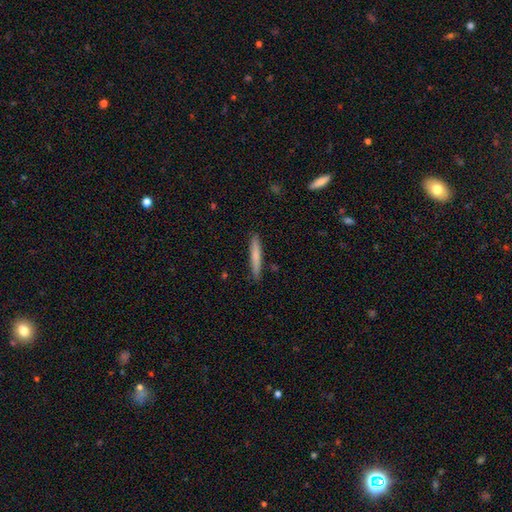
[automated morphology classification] smooth_or_featured: smooth (p=0.70) [alt: featured or disk p=0.25]
how_rounded: cigar-shaped (p=0.95) [alt: in between p=0.03]
merging: none (p=0.89) [alt: minor disturbance p=0.08]